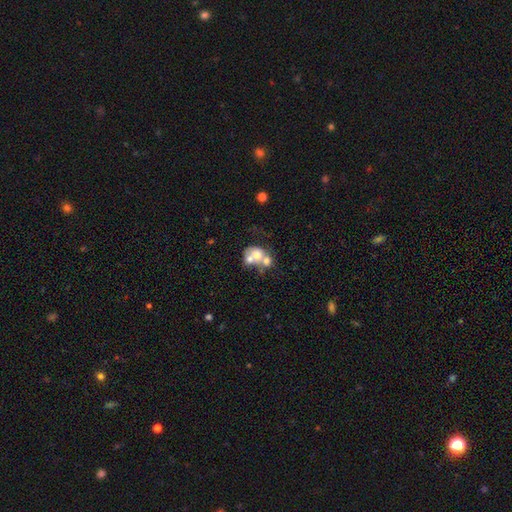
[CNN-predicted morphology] A smooth galaxy with no disk features (52%) that is round (57%). Merging: merger (65%).